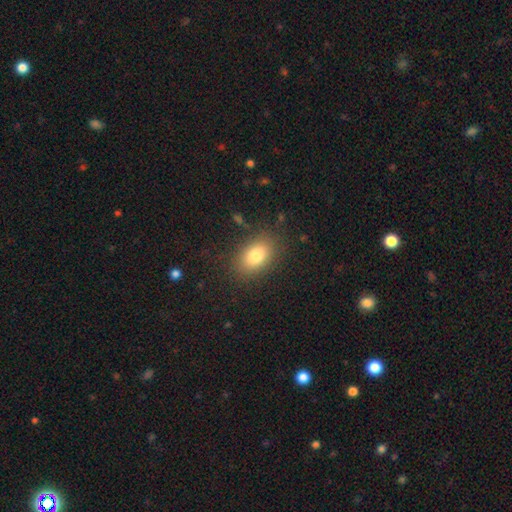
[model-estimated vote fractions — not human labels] smooth 80%, featured or disk 10%, star or artifact 9%. Down the decision tree: how rounded — in between (84%); merging — none (84%).